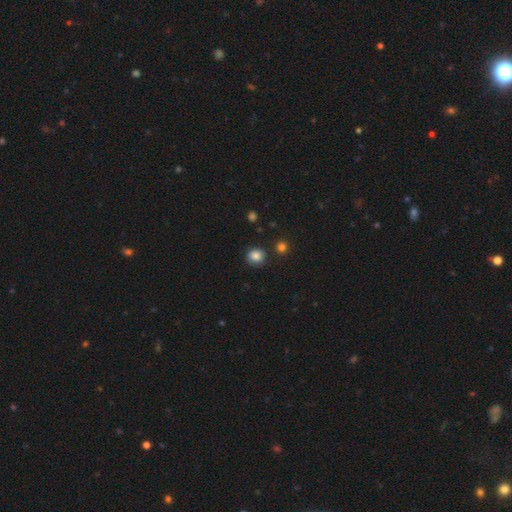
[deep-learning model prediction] Smooth or featured?
  - smooth: 85% *
  - star or artifact: 11%
  - featured or disk: 4%
How rounded?
  - round: 87% *
  - in between: 12%
  - cigar-shaped: 1%
Merging?
  - none: 86% *
  - minor disturbance: 8%
  - merger: 3%
  - major disturbance: 3%